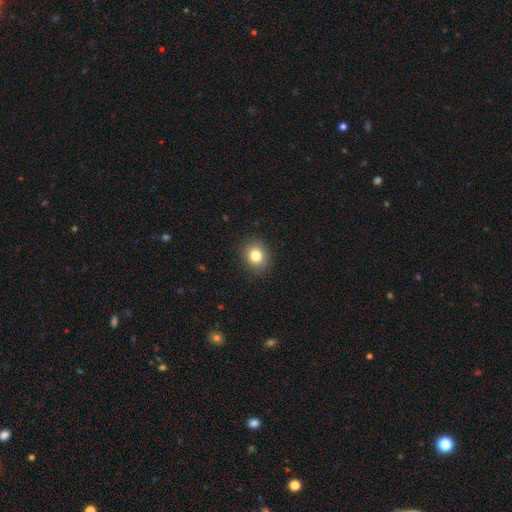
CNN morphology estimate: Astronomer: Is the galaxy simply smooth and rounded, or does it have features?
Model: smooth — 81%.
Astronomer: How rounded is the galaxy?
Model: round — 72%.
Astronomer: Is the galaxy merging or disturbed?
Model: none — 90%.